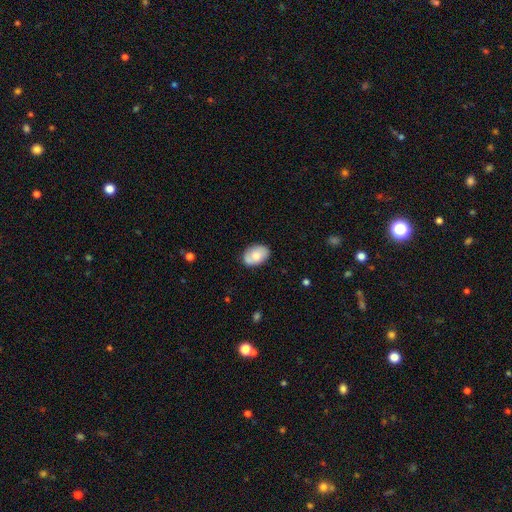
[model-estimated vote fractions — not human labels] Smooth or featured?
  - smooth: 71% *
  - featured or disk: 22%
  - star or artifact: 7%
How rounded?
  - in between: 86% *
  - round: 13%
  - cigar-shaped: 1%
Merging?
  - none: 73% *
  - minor disturbance: 19%
  - major disturbance: 4%
  - merger: 4%